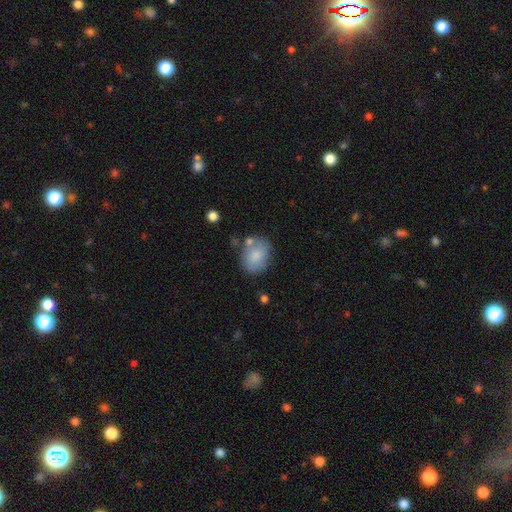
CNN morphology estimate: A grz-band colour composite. It shows a smooth galaxy with no disk features (74%) that is in between round and cigar-shaped (56%). Merging: none (63%).